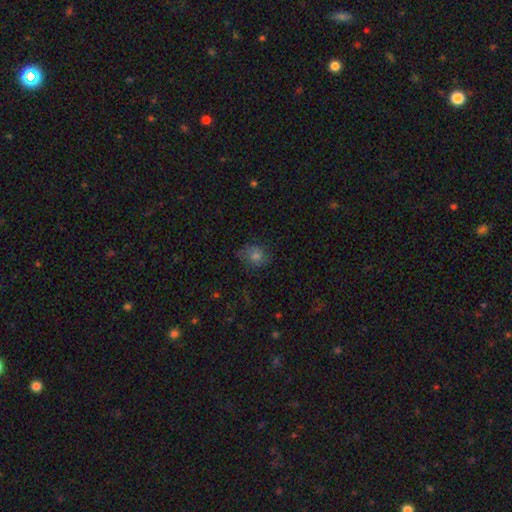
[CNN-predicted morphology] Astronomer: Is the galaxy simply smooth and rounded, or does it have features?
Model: smooth — 66%.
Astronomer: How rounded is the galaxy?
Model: round — 67%.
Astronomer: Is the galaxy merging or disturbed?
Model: none — 66%.